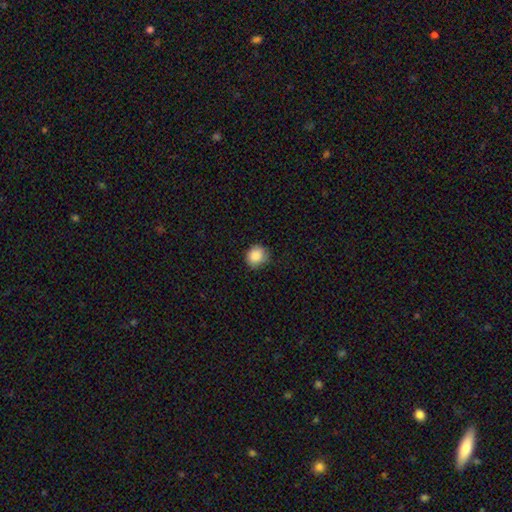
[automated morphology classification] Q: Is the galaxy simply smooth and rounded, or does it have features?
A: smooth — 88%.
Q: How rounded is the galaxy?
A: round — 84%.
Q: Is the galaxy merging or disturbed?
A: none — 82%.